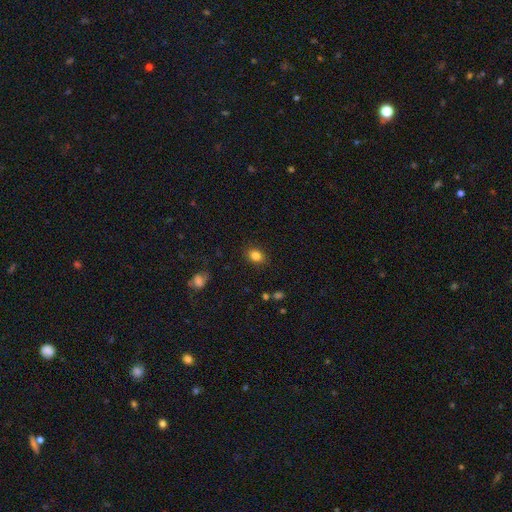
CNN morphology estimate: Smooth or featured: smooth — 84% (star or artifact — 10%)
How rounded: in between — 53% (round — 46%)
Merging: none — 86% (minor disturbance — 10%)